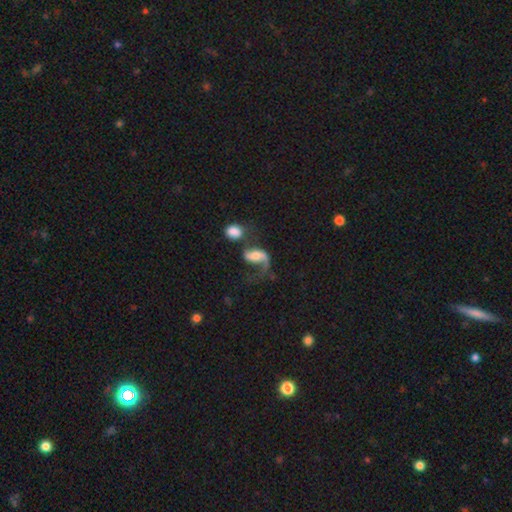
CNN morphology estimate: Smooth or featured: featured or disk — 73% (smooth — 19%)
Edge-on disk: no — 96% (yes — 4%)
Bar: no — 44% (weak — 36%)
Spiral arms: yes — 90% (no — 10%)
Spiral winding: loose — 78% (medium — 18%)
Spiral arm count: 2 — 59% (1 — 36%)
Bulge size: moderate — 47% (small — 30%)
Merging: none — 30% (major disturbance — 28%)